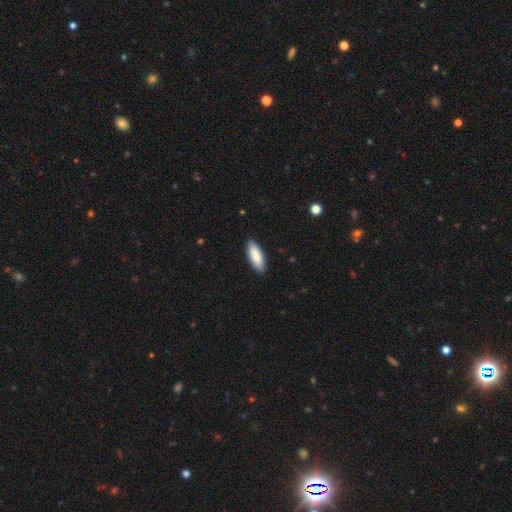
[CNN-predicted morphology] The model was most divided on "how rounded": in between: 67%, cigar-shaped: 32%, round: 1%. More confident: merging — none (89%); smooth or featured — smooth (88%).